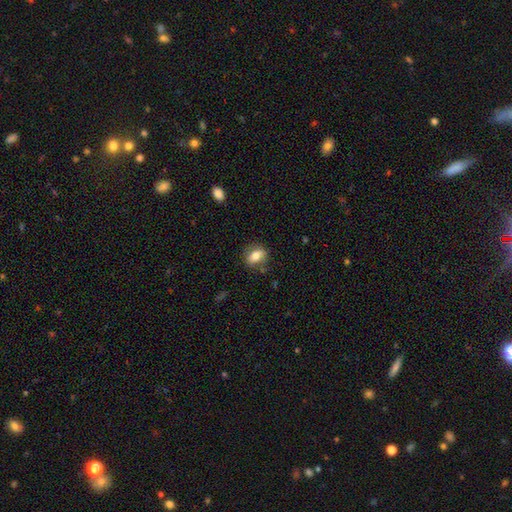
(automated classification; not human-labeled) Smooth or featured? Predicted: smooth (p=0.76). How rounded? Predicted: in between (p=0.73). Merging? Predicted: none (p=0.79).